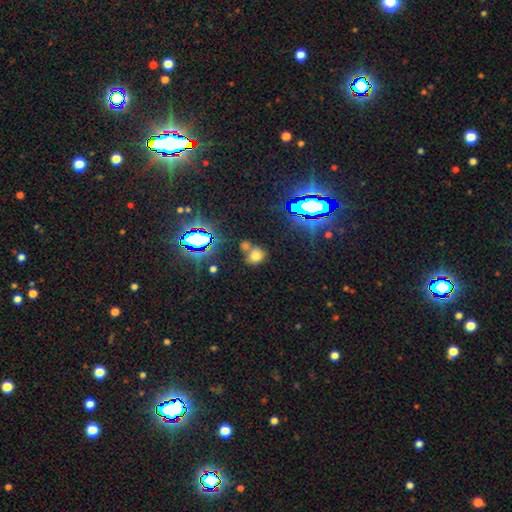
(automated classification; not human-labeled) Smooth or featured? smooth (64%)
How rounded? round (71%)
Merging? none (55%)